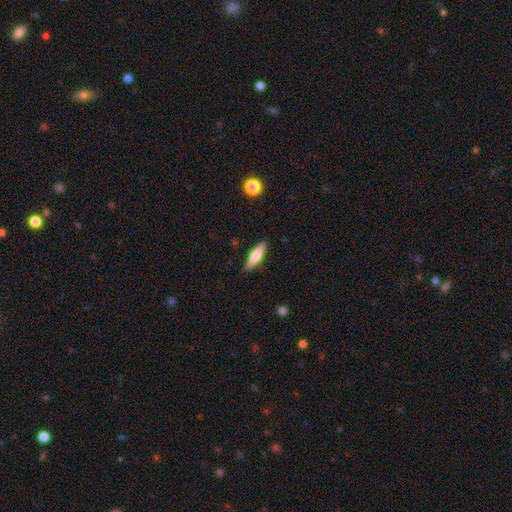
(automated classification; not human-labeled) This is possibly a smooth galaxy (54%). How rounded: likely cigar-shaped (67%). Merging: clearly none (89%).